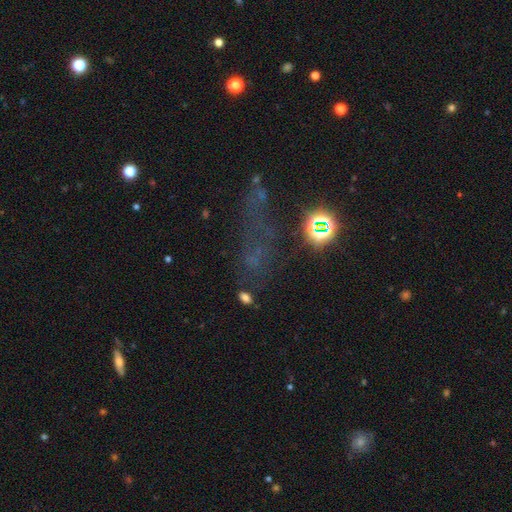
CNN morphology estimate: Q: Smooth or featured?
A: star or artifact (51%); runner-up: smooth (30%)